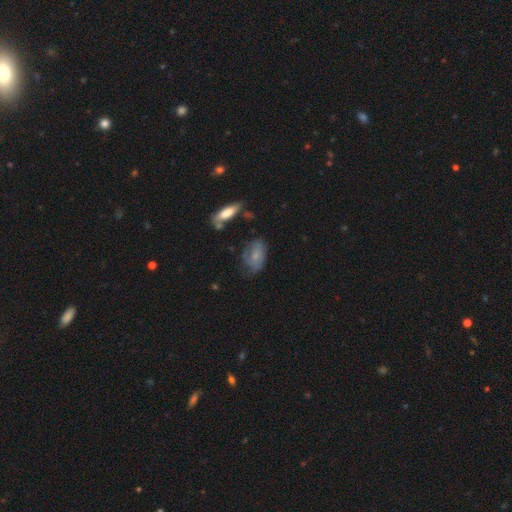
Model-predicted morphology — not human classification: Smooth or featured? smooth (58%)
How rounded? in between (86%)
Merging? none (47%)